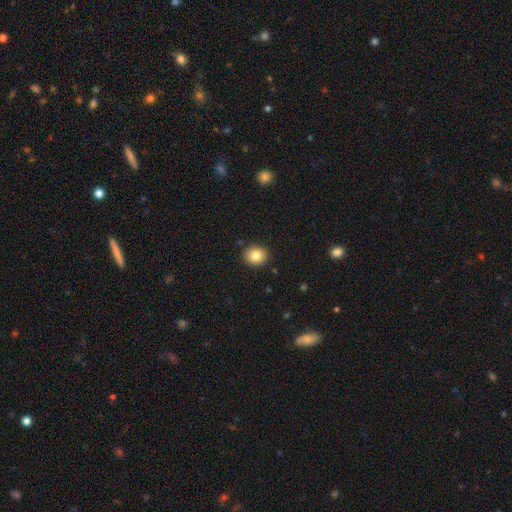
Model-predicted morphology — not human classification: A smooth galaxy with no disk features (82%) that is round (77%). Merging: none (90%).